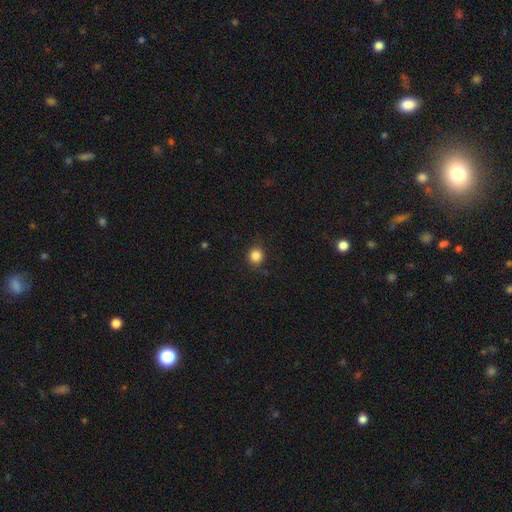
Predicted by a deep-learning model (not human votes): Smooth or featured?
  - smooth: 85% *
  - star or artifact: 11%
  - featured or disk: 4%
How rounded?
  - round: 89% *
  - in between: 10%
  - cigar-shaped: 1%
Merging?
  - none: 87% *
  - minor disturbance: 9%
  - major disturbance: 3%
  - merger: 1%